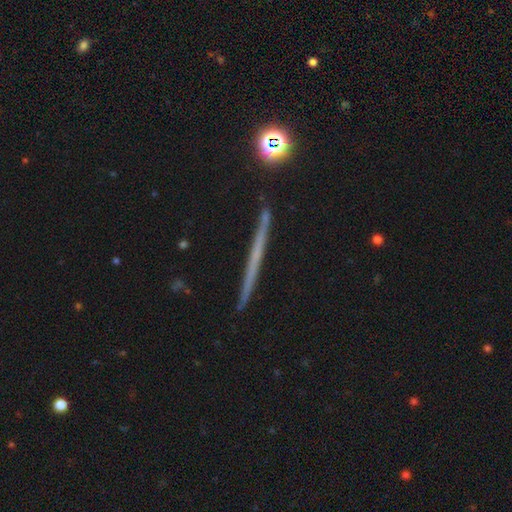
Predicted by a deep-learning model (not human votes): Q: Smooth or featured?
A: featured or disk (57%); runner-up: smooth (34%)
Q: Edge-on disk?
A: yes (97%); runner-up: no (3%)
Q: Edge-on bulge?
A: none (91%); runner-up: rounded (7%)
Q: Merging?
A: none (91%); runner-up: minor disturbance (6%)